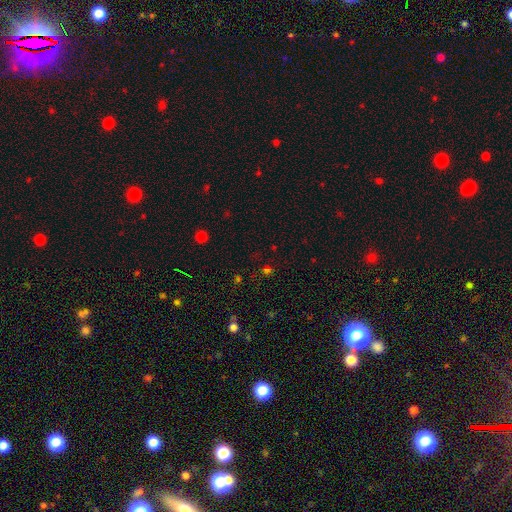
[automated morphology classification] Smooth or featured? Predicted: star or artifact (p=0.54).